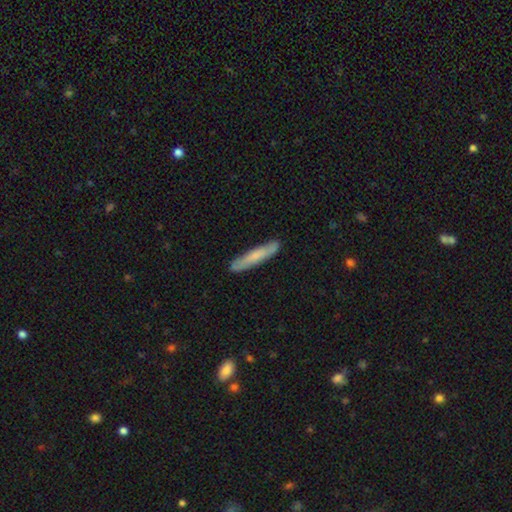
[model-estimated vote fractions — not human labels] This is likely a smooth galaxy (70%). How rounded: clearly cigar-shaped (92%). Merging: clearly none (87%).